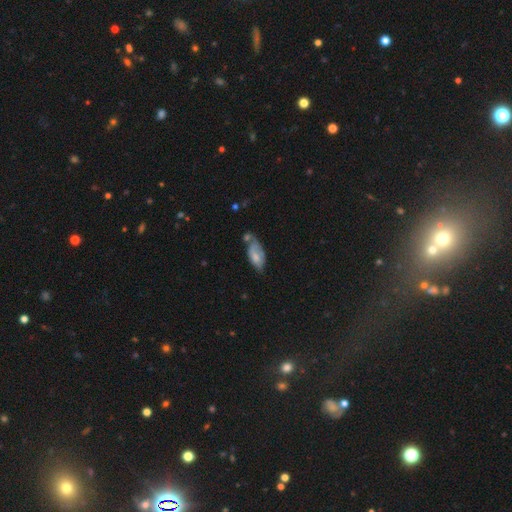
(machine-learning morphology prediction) Smooth or featured?
  - smooth: 57% *
  - featured or disk: 36%
  - star or artifact: 7%
How rounded?
  - in between: 89% *
  - cigar-shaped: 8%
  - round: 3%
Merging?
  - none: 33% *
  - minor disturbance: 30%
  - merger: 21%
  - major disturbance: 15%